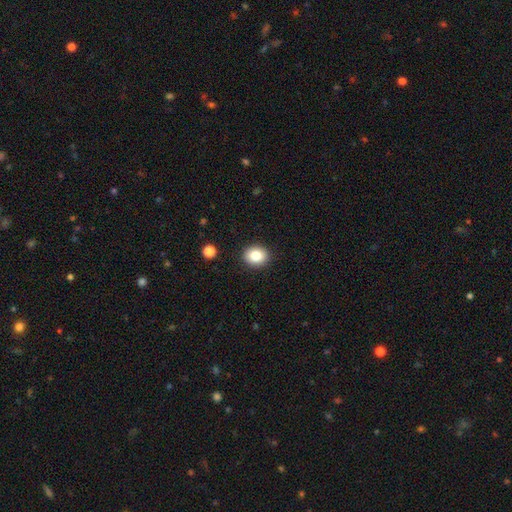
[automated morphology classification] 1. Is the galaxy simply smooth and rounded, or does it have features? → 84% smooth, 9% star or artifact, 7% featured or disk.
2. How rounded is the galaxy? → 62% round, 37% in between, 1% cigar-shaped.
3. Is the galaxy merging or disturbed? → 91% none, 6% minor disturbance, 2% major disturbance, 1% merger.